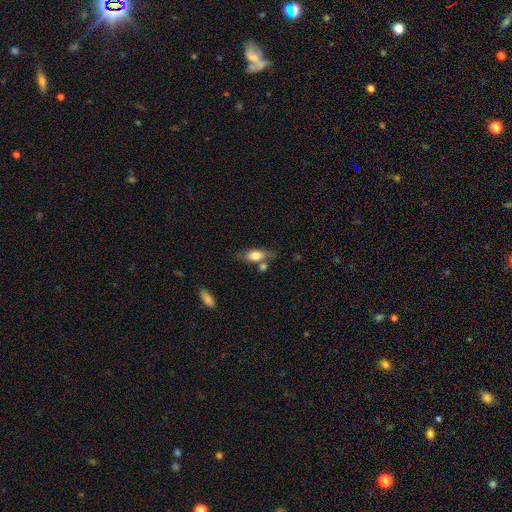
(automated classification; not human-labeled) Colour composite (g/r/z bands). It shows a smooth galaxy with no disk features (74%) that is in between round and cigar-shaped (80%). Merging: none (56%).